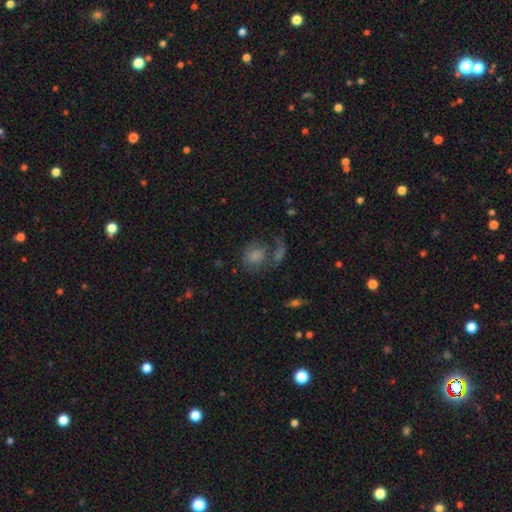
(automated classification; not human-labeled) This is likely a smooth galaxy (62%). How rounded: possibly round (53%). Merging: marginally none (32%).